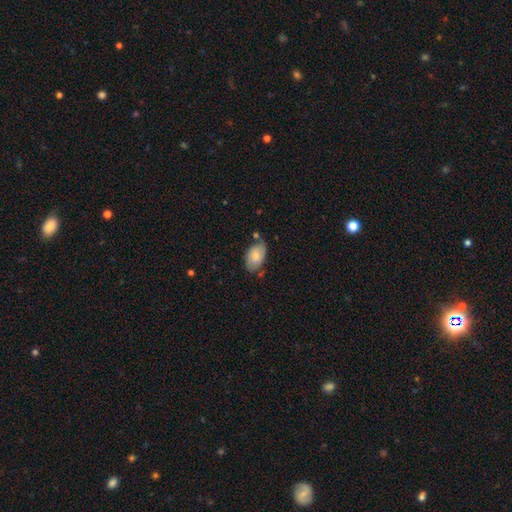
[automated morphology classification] Smooth or featured? smooth (76%)
How rounded? in between (93%)
Merging? none (63%)